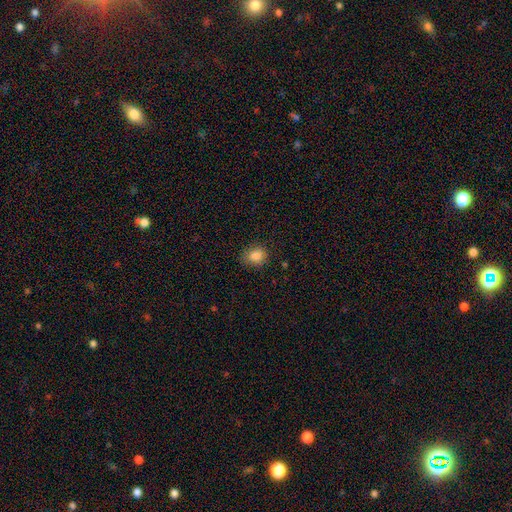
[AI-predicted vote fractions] smooth_or_featured: smooth (p=0.85) [alt: star or artifact p=0.10]
how_rounded: round (p=0.58) [alt: in between p=0.41]
merging: none (p=0.79) [alt: minor disturbance p=0.16]